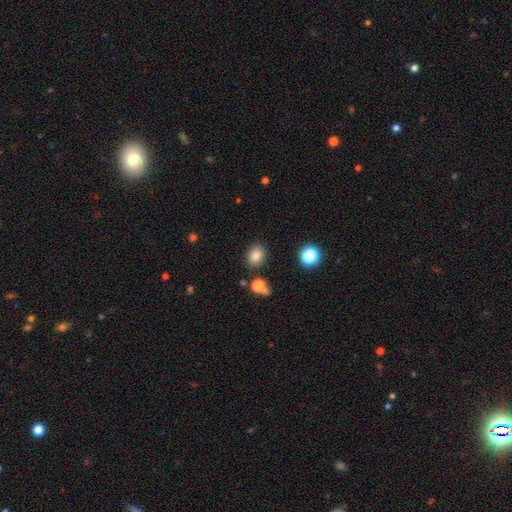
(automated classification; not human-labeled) This is clearly a smooth galaxy (81%). How rounded: possibly round (56%). Merging: clearly none (83%).